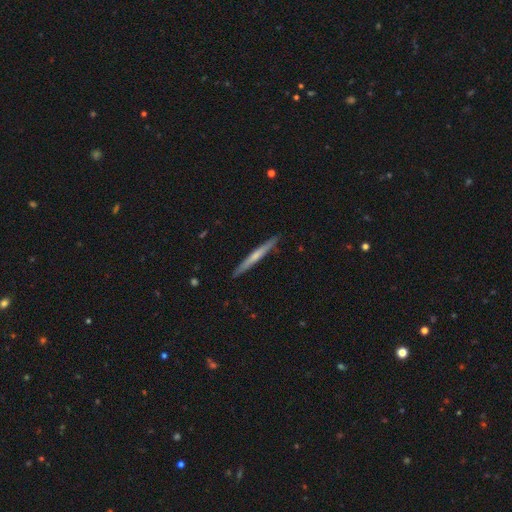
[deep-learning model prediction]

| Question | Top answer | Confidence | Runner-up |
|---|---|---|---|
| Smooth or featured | featured or disk | 48% | smooth (47%) |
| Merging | none | 92% | minor disturbance (6%) |